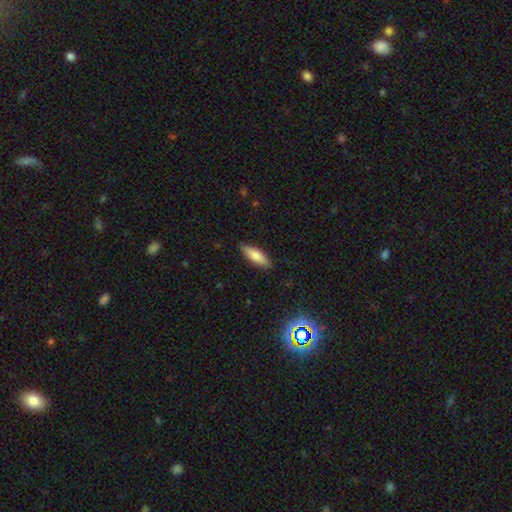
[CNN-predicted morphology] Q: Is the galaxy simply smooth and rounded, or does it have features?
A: smooth — 76%.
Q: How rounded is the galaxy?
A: cigar-shaped — 53%.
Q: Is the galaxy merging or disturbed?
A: none — 86%.